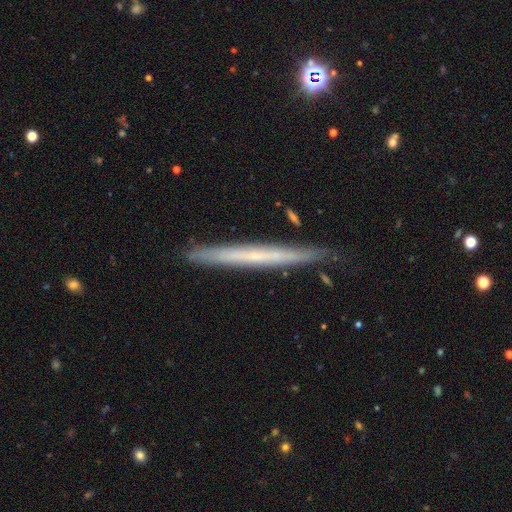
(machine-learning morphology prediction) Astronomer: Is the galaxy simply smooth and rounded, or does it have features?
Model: featured or disk — 59% (runner-up: smooth, 35%).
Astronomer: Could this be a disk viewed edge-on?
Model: yes — 95%.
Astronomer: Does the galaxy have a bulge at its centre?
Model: none — 82%.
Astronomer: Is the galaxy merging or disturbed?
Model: none — 86%.